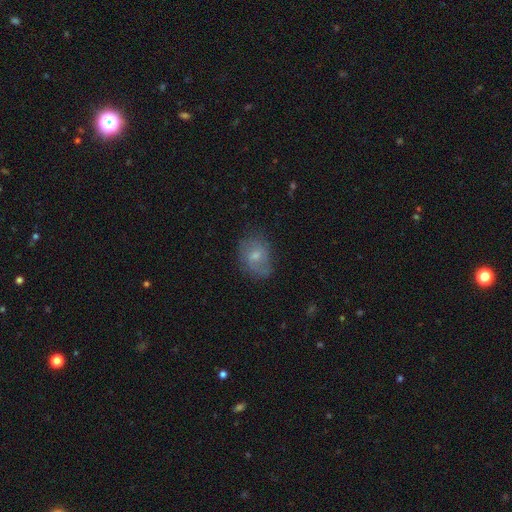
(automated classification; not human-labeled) A smooth galaxy with no disk features (56%) that is in between round and cigar-shaped (65%). Merging: none (62%).